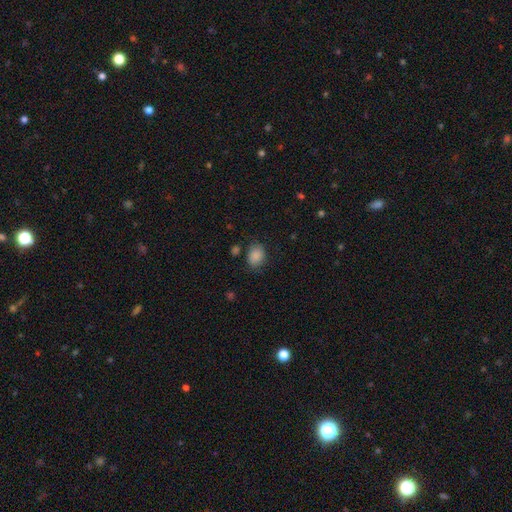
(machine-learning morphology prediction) A smooth galaxy with no disk features (87%) that is in between round and cigar-shaped (64%). Merging: none (74%).